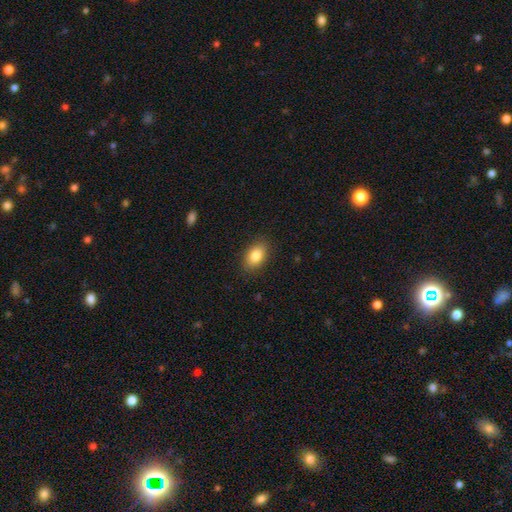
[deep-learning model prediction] This is clearly a smooth galaxy (84%). How rounded: clearly in between (86%). Merging: clearly none (88%).